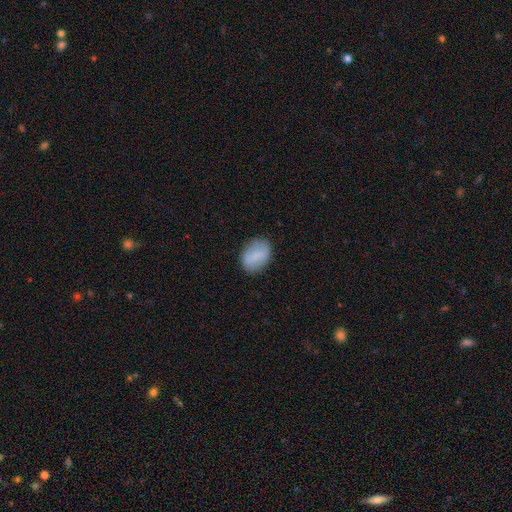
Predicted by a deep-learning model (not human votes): This appears to be a smooth galaxy with no disk features (76%) that is in between round and cigar-shaped (82%). Merging: none (81%).